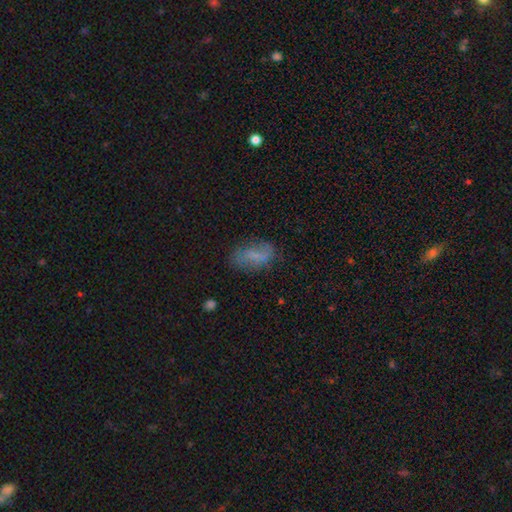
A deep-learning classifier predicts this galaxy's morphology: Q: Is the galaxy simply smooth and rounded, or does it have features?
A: smooth — 57%.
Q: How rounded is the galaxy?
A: in between — 87%.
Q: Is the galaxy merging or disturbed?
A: none — 66%.